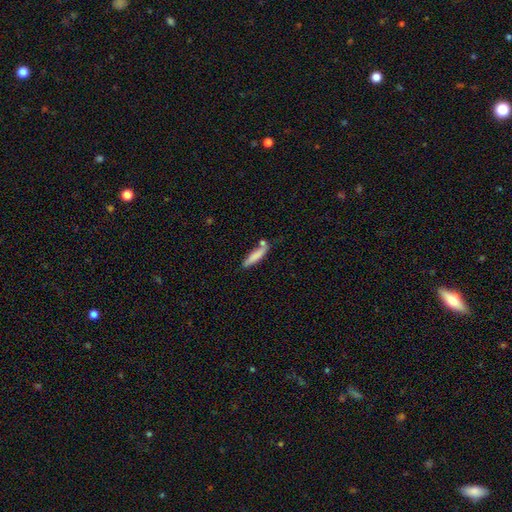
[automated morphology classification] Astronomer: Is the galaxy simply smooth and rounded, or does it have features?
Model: smooth — 79%.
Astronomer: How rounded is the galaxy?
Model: cigar-shaped — 79%.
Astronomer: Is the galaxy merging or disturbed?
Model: none — 62%.